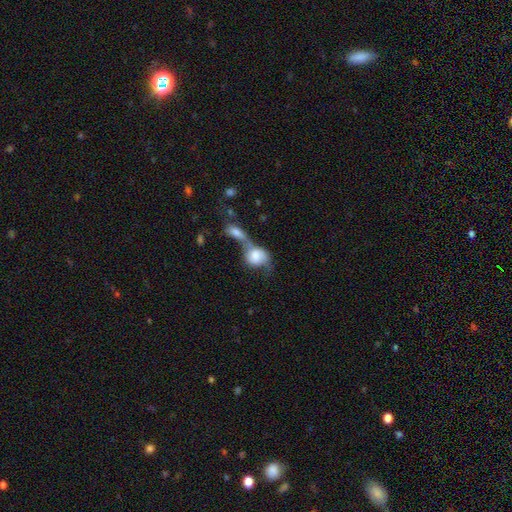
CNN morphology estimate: Q: Smooth or featured?
A: smooth (67%); runner-up: featured or disk (26%)
Q: How rounded?
A: in between (51%); runner-up: round (46%)
Q: Merging?
A: merger (71%); runner-up: none (11%)